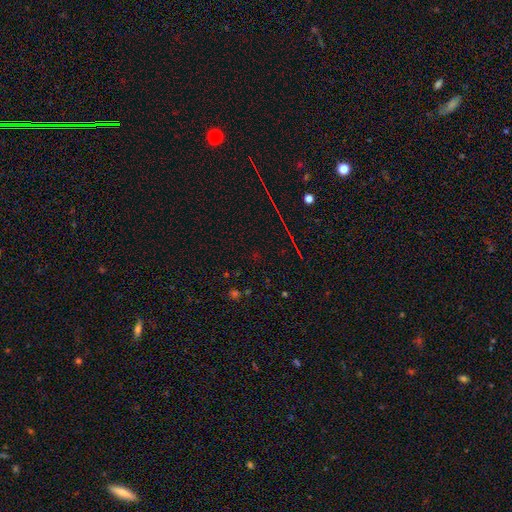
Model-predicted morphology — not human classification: Smooth or featured? Predicted: star or artifact (p=0.70).